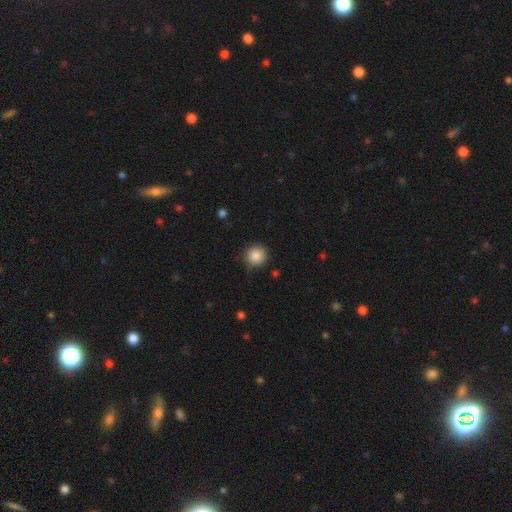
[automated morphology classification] A smooth galaxy with no disk features (87%) that is round (93%). Merging: none (83%).